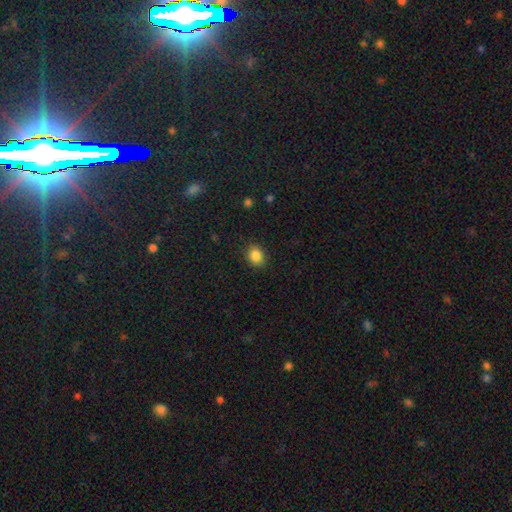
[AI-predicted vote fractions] Smooth or featured? smooth (85%)
How rounded? in between (50%)
Merging? none (86%)